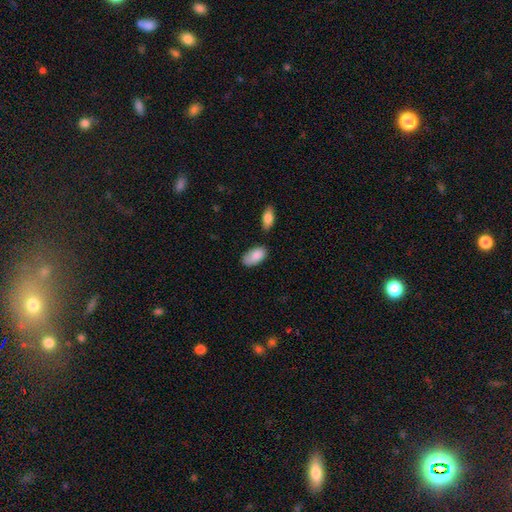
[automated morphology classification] This is clearly a smooth galaxy (86%). How rounded: clearly in between (94%). Merging: possibly none (59%).